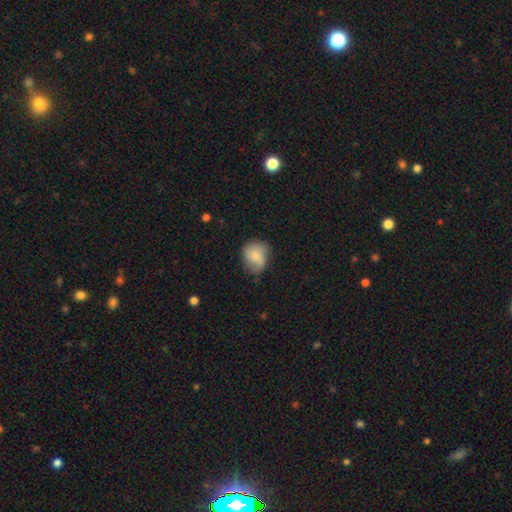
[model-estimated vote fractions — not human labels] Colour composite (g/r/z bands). It shows a smooth galaxy with no disk features (75%) that is round (61%). Merging: none (57%).